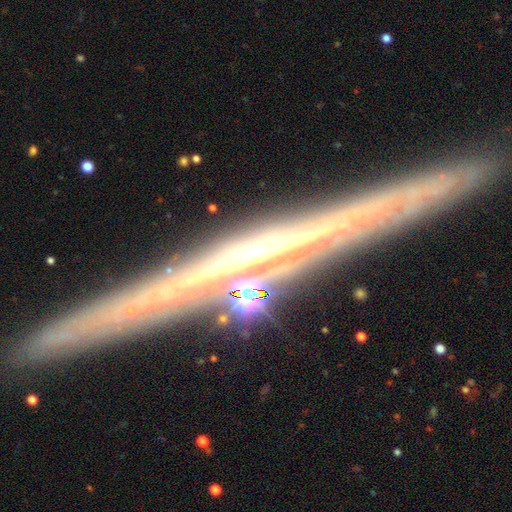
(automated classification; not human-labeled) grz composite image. It shows a featured or disk galaxy (79%) viewed edge-on (98%) with no central bulge (60%). Merging: none (89%).